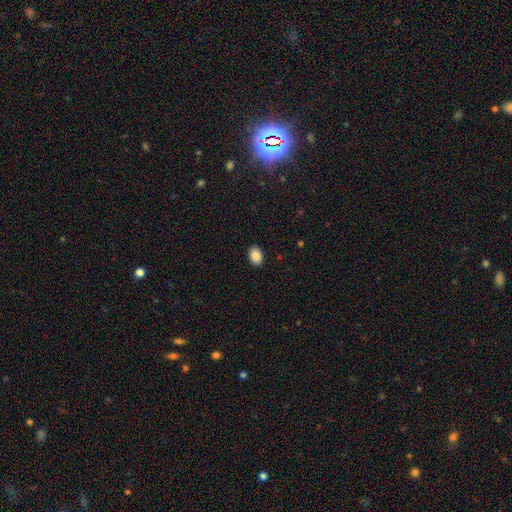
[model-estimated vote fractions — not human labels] Morphology: type=smooth (89%); roundness=in between (83%); merging=none (90%).